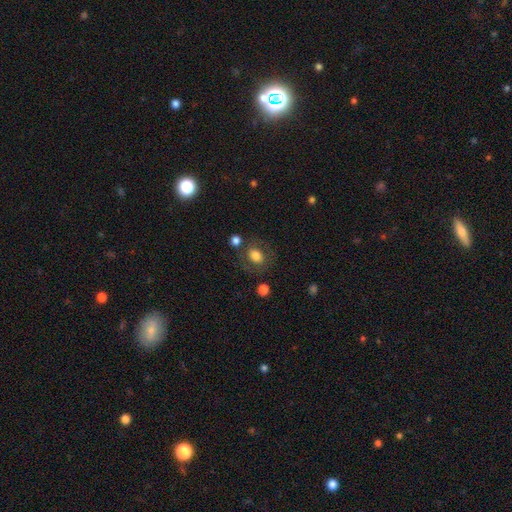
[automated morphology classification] The model was most divided on "how rounded": round: 54%, in between: 45%, cigar-shaped: 1%. More confident: smooth or featured — smooth (72%); merging — none (71%).